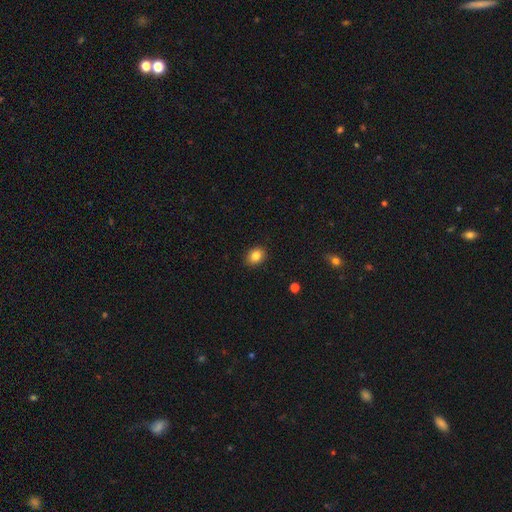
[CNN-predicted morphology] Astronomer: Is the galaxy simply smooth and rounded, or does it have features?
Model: smooth — 85%.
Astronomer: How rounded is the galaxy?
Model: in between — 59% (runner-up: round, 40%).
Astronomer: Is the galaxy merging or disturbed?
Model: none — 90%.